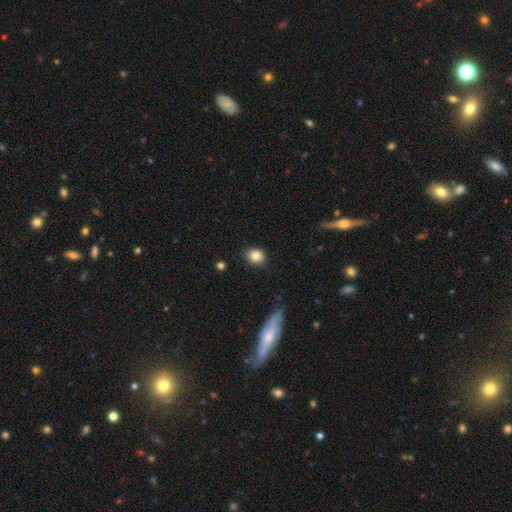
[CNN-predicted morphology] Smooth or featured?
  - smooth: 83% *
  - star or artifact: 10%
  - featured or disk: 7%
How rounded?
  - round: 65% *
  - in between: 34%
  - cigar-shaped: 1%
Merging?
  - none: 87% *
  - minor disturbance: 10%
  - major disturbance: 2%
  - merger: 1%